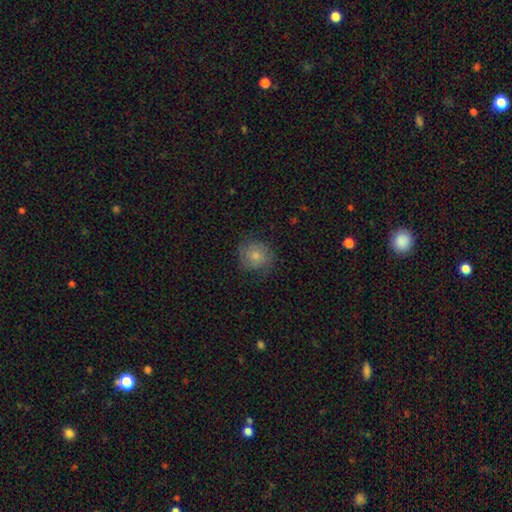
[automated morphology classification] This is likely a smooth galaxy (62%). How rounded: clearly round (85%). Merging: likely none (73%).